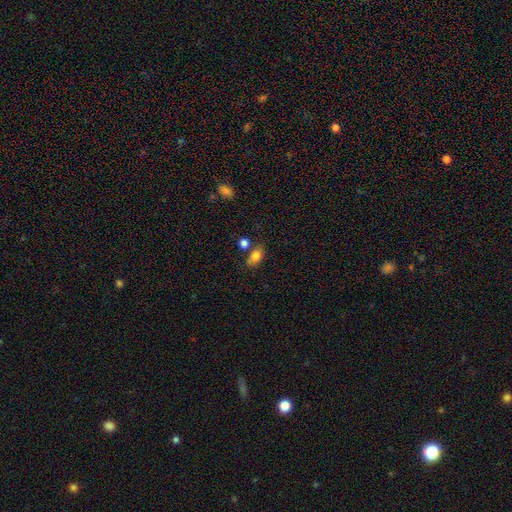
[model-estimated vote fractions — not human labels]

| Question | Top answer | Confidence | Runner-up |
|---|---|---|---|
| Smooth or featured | smooth | 81% | star or artifact (10%) |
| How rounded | in between | 78% | round (21%) |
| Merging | none | 65% | minor disturbance (16%) |